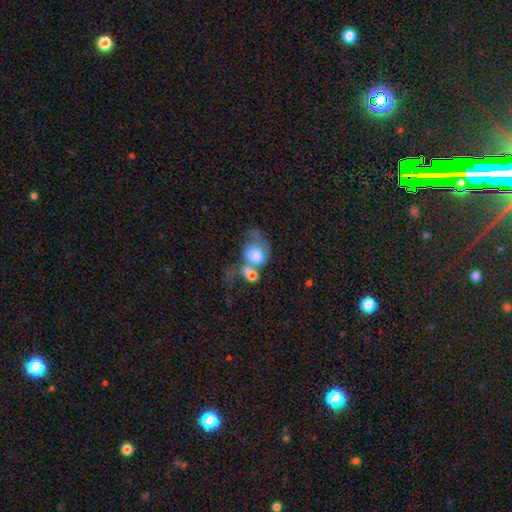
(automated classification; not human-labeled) A smooth galaxy with no disk features (59%) that is in between round and cigar-shaped (54%). Merging: merger (59%).